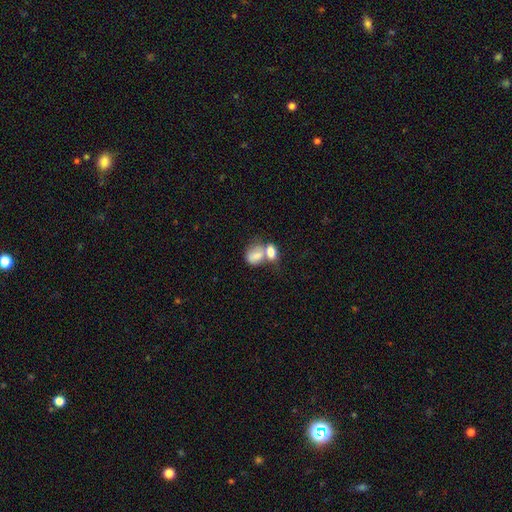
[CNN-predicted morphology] Q: Smooth or featured?
A: smooth (76%); runner-up: featured or disk (16%)
Q: How rounded?
A: in between (72%); runner-up: round (27%)
Q: Merging?
A: merger (66%); runner-up: none (18%)